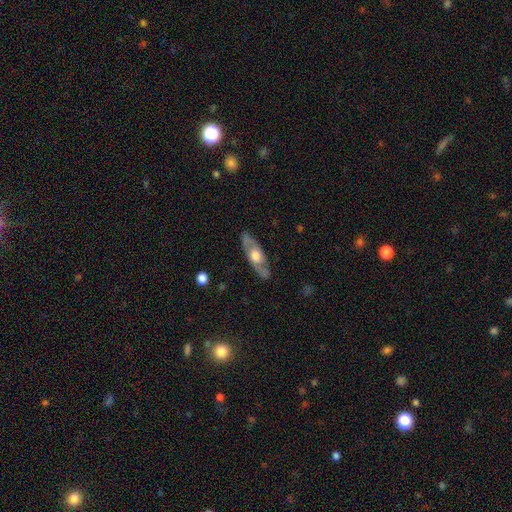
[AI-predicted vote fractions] Smooth or featured? Predicted: featured or disk (p=0.59). Edge-on disk? Predicted: no (p=0.51). Merging? Predicted: none (p=0.83).